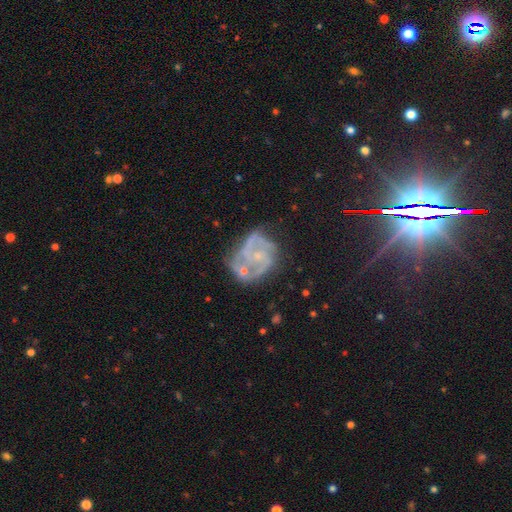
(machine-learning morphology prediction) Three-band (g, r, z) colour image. It shows a featured or disk galaxy (80%) with no bar (64%), 3 (33%) medium (47%) spiral arms (90%) and a small central bulge (71%). Merging: none (53%).